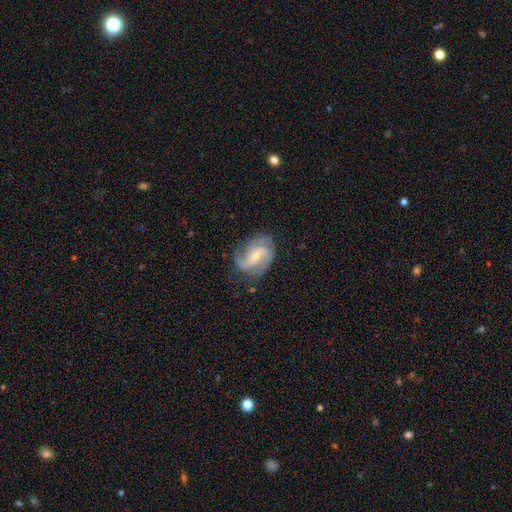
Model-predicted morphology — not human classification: Smooth or featured? Predicted: featured or disk (p=0.83). Edge-on disk? Predicted: no (p=0.97). Bar? Predicted: weak (p=0.46). Spiral arms? Predicted: yes (p=0.95). Spiral winding? Predicted: medium (p=0.48). Spiral arm count? Predicted: 2 (p=0.50). Bulge size? Predicted: small (p=0.61). Merging? Predicted: none (p=0.67).